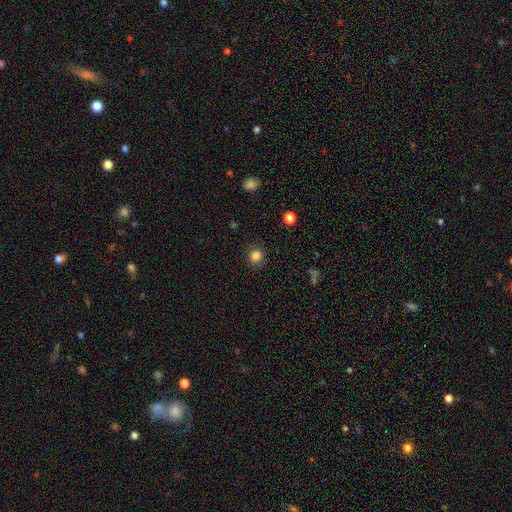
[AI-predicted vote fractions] This is clearly a smooth galaxy (83%). How rounded: clearly round (86%). Merging: clearly none (85%).